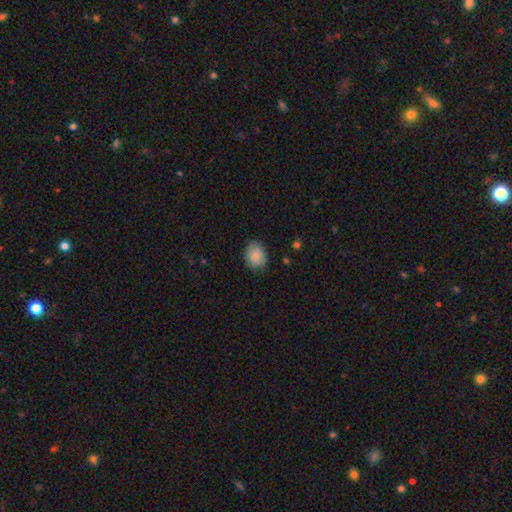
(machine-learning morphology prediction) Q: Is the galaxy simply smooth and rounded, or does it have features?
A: smooth — 85%.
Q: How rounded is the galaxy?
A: in between — 56%.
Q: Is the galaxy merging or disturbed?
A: none — 78%.